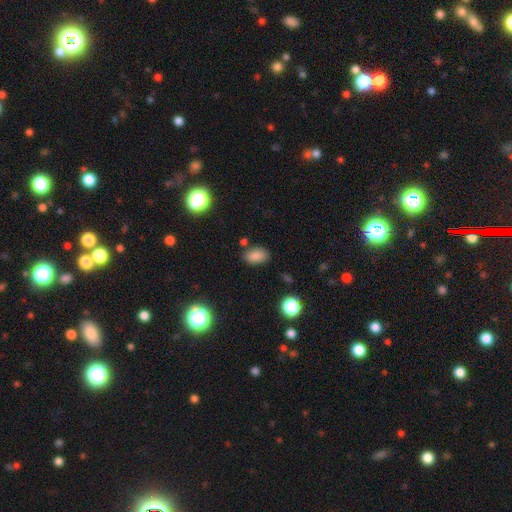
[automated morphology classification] Q: Smooth or featured?
A: smooth (82%); runner-up: star or artifact (12%)
Q: How rounded?
A: in between (88%); runner-up: round (10%)
Q: Merging?
A: none (81%); runner-up: minor disturbance (12%)